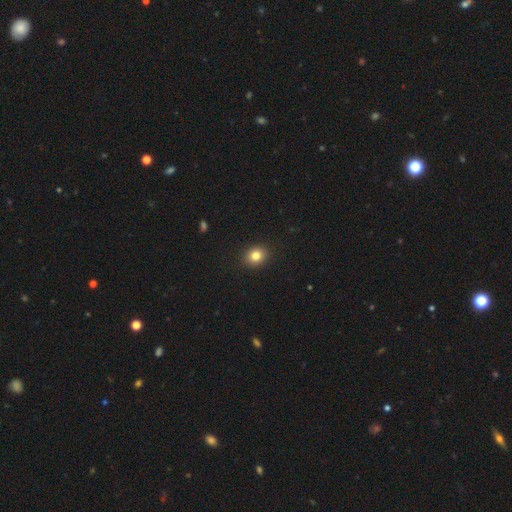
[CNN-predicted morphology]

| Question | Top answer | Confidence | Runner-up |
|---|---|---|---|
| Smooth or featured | smooth | 82% | star or artifact (11%) |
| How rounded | round | 66% | in between (33%) |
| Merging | none | 91% | minor disturbance (6%) |